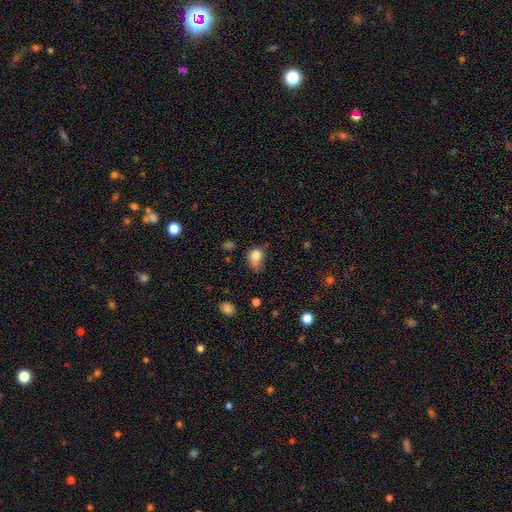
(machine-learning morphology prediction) smooth_or_featured: smooth (p=0.80) [alt: star or artifact p=0.11]
how_rounded: round (p=0.57) [alt: in between p=0.42]
merging: minor disturbance (p=0.35) [tied with: none p=0.35]